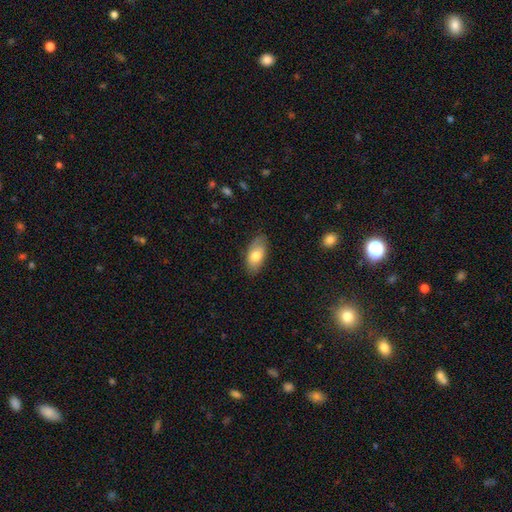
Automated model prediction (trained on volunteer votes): This appears to be a smooth galaxy with no disk features (75%) that is in between round and cigar-shaped (92%). Merging: none (81%).